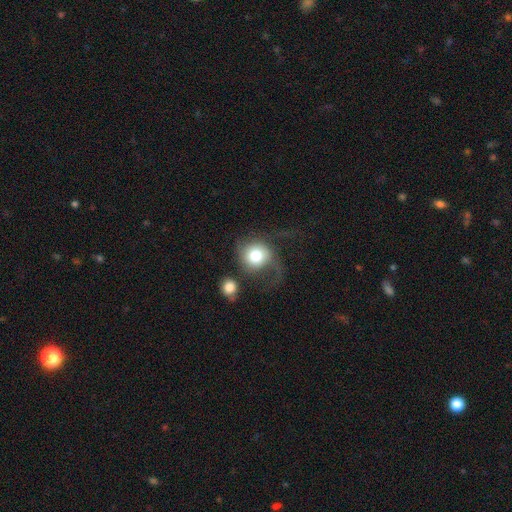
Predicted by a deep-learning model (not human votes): smooth_or_featured: smooth (p=0.69) [alt: featured or disk p=0.22]
how_rounded: round (p=0.86) [alt: in between p=0.13]
merging: major disturbance (p=0.36) [alt: none p=0.34]